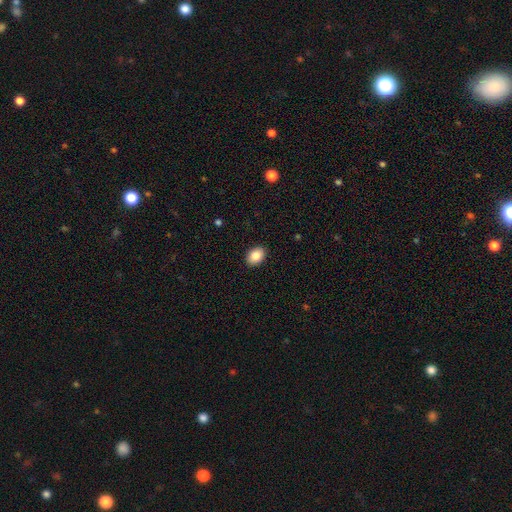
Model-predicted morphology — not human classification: This is clearly a smooth galaxy (86%). How rounded: clearly in between (81%). Merging: clearly none (90%).